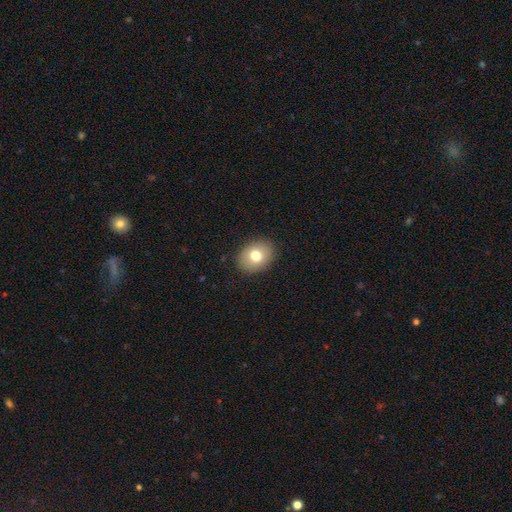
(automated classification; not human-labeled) This is likely a smooth galaxy (77%). How rounded: likely in between (62%). Merging: clearly none (88%).